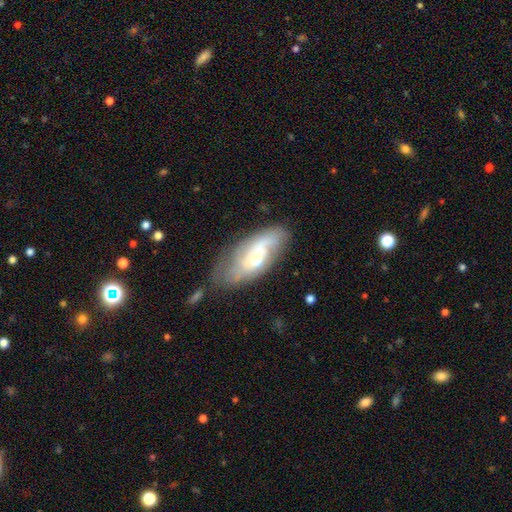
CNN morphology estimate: Smooth or featured? Predicted: featured or disk (p=0.57). Edge-on disk? Predicted: no (p=0.89). Bar? Predicted: no (p=0.53). Spiral arms? Predicted: yes (p=0.78). Bulge size? Predicted: small (p=0.42). Merging? Predicted: none (p=0.55).